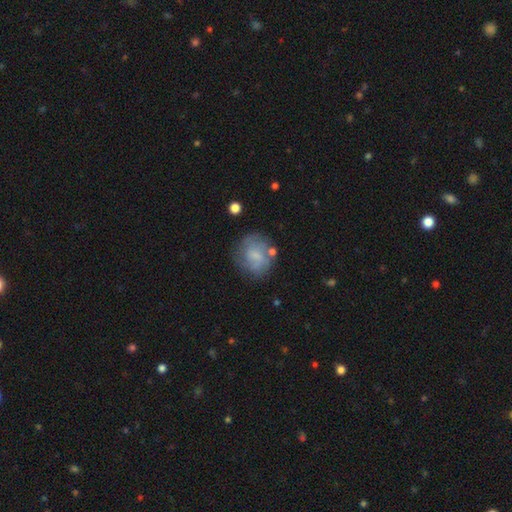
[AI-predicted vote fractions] A smooth galaxy with no disk features (52%) that is round (70%). Merging: none (64%).